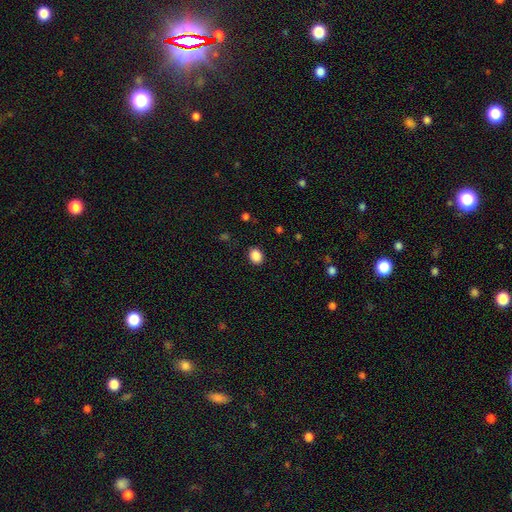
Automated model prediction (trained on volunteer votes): A smooth galaxy with no disk features (88%) that is in between round and cigar-shaped (55%).

Vote fractions:
- Smooth or featured? smooth: 88% / star or artifact: 9% / featured or disk: 3%
- How rounded? in between: 55% / round: 44% / cigar-shaped: 1%
- Merging? none: 89% / minor disturbance: 8% / major disturbance: 2% / merger: 1%